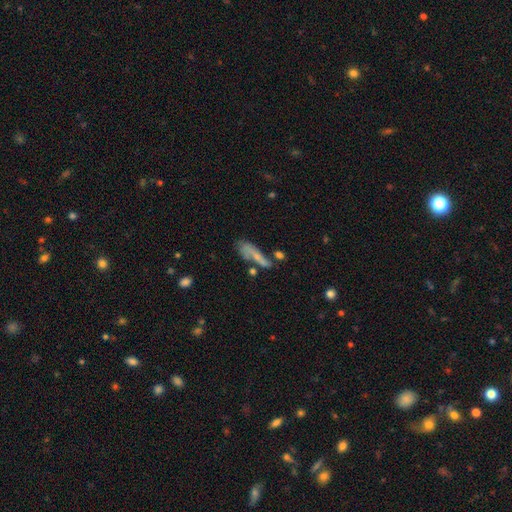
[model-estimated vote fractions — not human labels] smooth_or_featured: smooth (p=0.55) [alt: featured or disk p=0.33]
how_rounded: cigar-shaped (p=0.62) [alt: in between p=0.33]
merging: none (p=0.42) [alt: minor disturbance p=0.22]